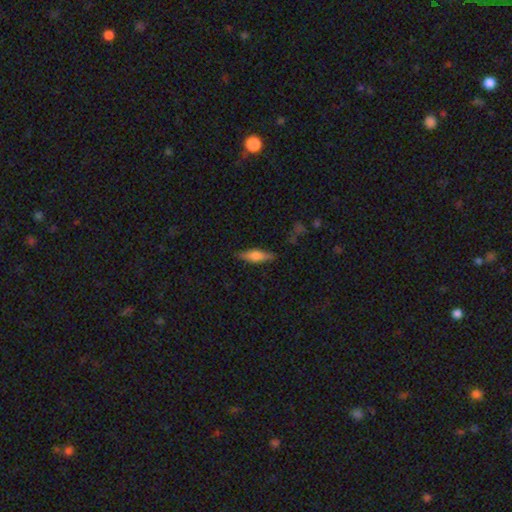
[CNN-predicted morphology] smooth-or-featured: smooth: 58% | featured or disk: 35% | star or artifact: 7%
  how-rounded: cigar-shaped: 56% | in between: 41% | round: 3%
  merging: none: 83% | minor disturbance: 13% | major disturbance: 3% | merger: 2%